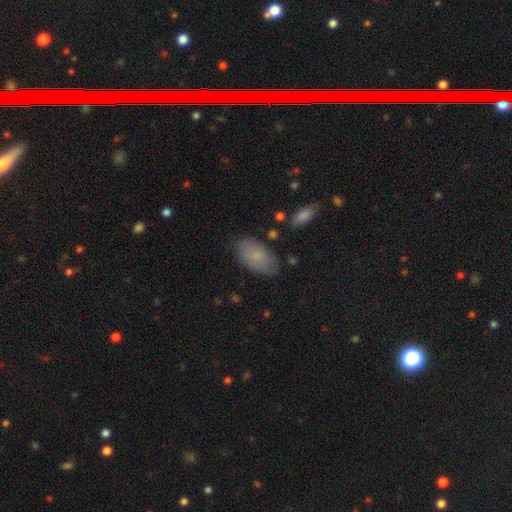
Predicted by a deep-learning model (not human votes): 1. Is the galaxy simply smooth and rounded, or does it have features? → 79% smooth, 15% featured or disk, 7% star or artifact.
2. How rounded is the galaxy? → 93% in between, 4% round, 2% cigar-shaped.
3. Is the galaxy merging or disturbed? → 79% none, 15% minor disturbance, 4% major disturbance, 2% merger.